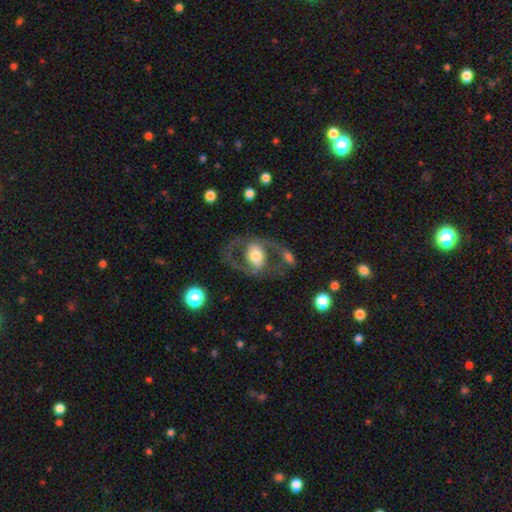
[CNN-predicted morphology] Q: Smooth or featured?
A: featured or disk (69%); runner-up: smooth (25%)
Q: Edge-on disk?
A: no (95%); runner-up: yes (5%)
Q: Bar?
A: no (52%); runner-up: weak (30%)
Q: Spiral arms?
A: yes (69%); runner-up: no (31%)
Q: Bulge size?
A: moderate (53%); runner-up: large (33%)
Q: Merging?
A: none (59%); runner-up: major disturbance (20%)